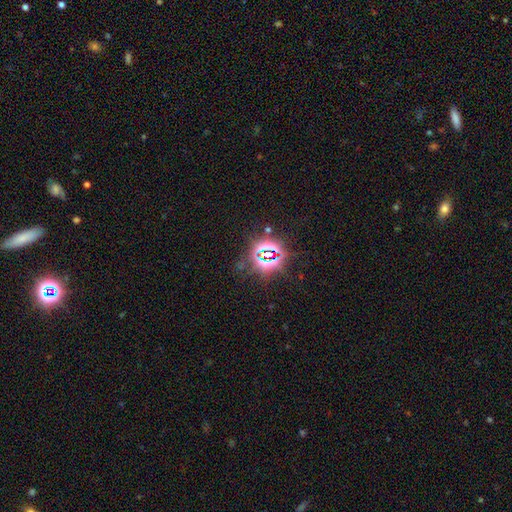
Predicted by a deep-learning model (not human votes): Smooth or featured? star or artifact (83%)